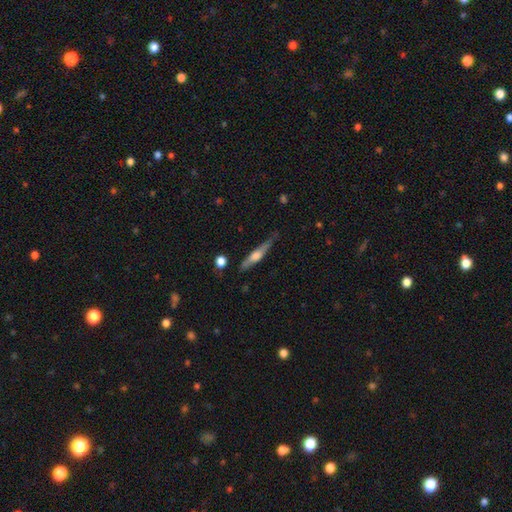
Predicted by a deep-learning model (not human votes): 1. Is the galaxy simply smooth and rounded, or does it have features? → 53% featured or disk, 41% smooth, 6% star or artifact.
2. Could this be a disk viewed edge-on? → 93% yes, 7% no.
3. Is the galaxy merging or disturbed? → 74% none, 19% minor disturbance, 4% major disturbance, 3% merger.